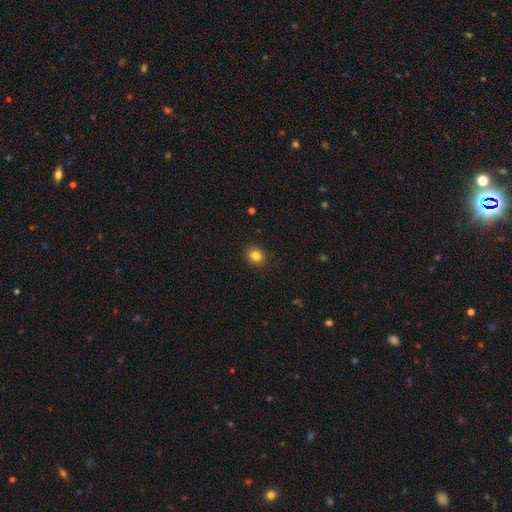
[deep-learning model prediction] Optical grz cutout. It shows a smooth galaxy with no disk features (83%) that is round (74%). Merging: none (89%).